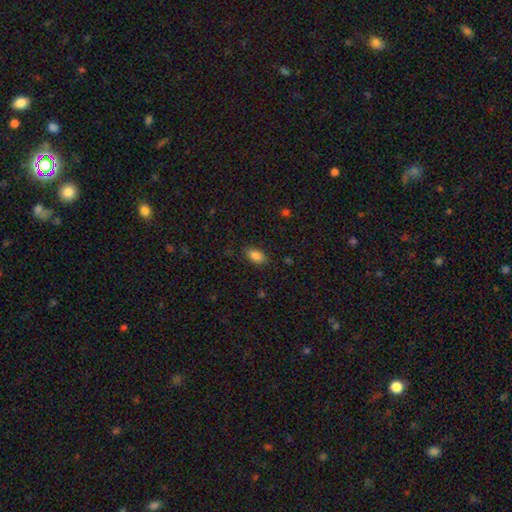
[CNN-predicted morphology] Smooth or featured? Predicted: smooth (p=0.86). How rounded? Predicted: in between (p=0.91). Merging? Predicted: none (p=0.84).